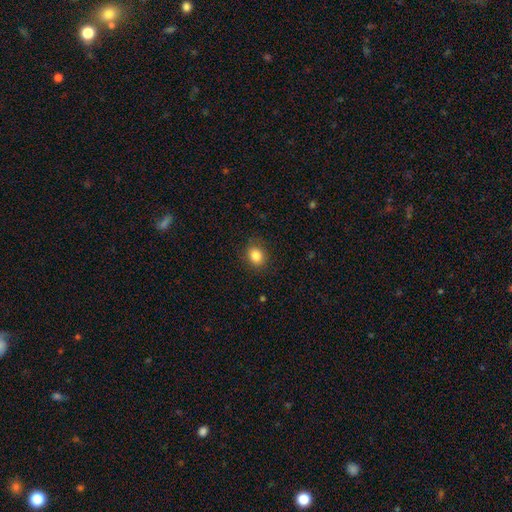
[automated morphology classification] A smooth galaxy with no disk features (85%) that is round (67%).

Vote fractions:
- Smooth or featured? smooth: 85% / star or artifact: 10% / featured or disk: 5%
- How rounded? round: 67% / in between: 32% / cigar-shaped: 1%
- Merging? none: 88% / minor disturbance: 9% / major disturbance: 3% / merger: 1%